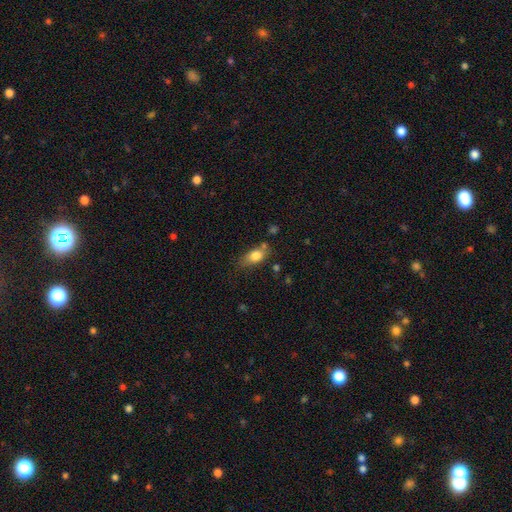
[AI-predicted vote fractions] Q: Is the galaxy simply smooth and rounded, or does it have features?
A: smooth — 79%.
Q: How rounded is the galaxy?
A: in between — 79%.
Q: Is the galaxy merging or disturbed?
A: none — 57%.